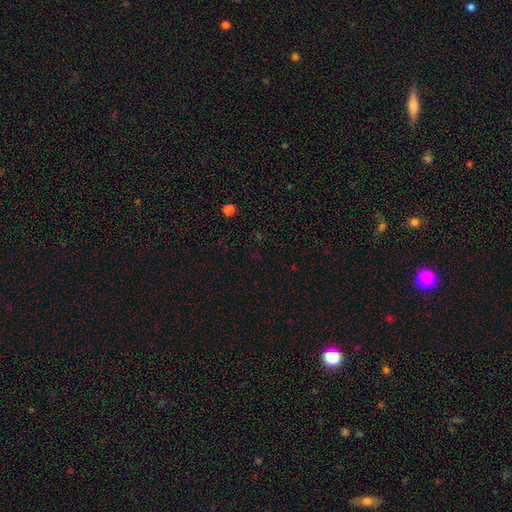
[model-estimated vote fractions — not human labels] Overall: star or artifact (64%; smooth 28%).